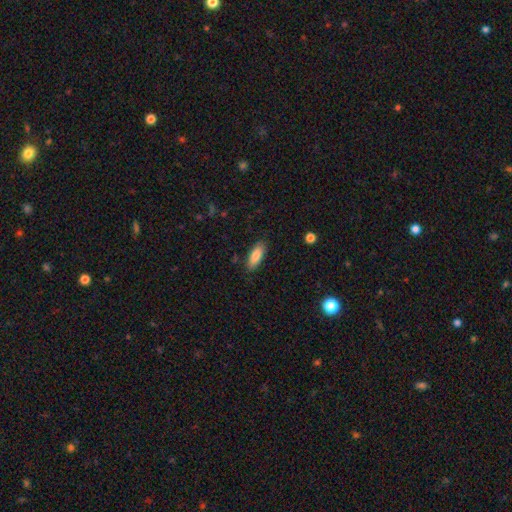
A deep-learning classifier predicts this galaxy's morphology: Smooth or featured? Predicted: smooth (p=0.84). How rounded? Predicted: in between (p=0.72). Merging? Predicted: none (p=0.86).